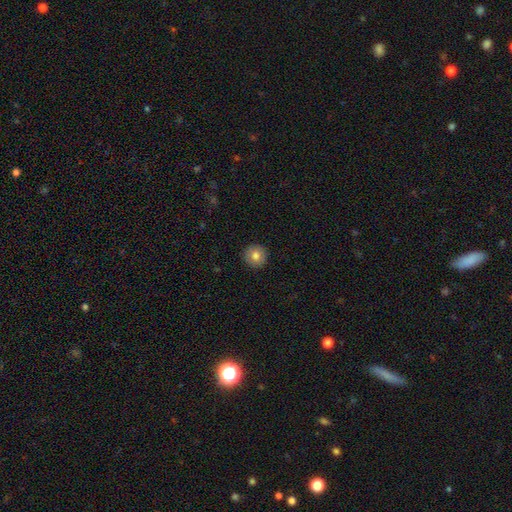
This is clearly a smooth galaxy (95%). How rounded: clearly round (97%). Merging: clearly none (82%).